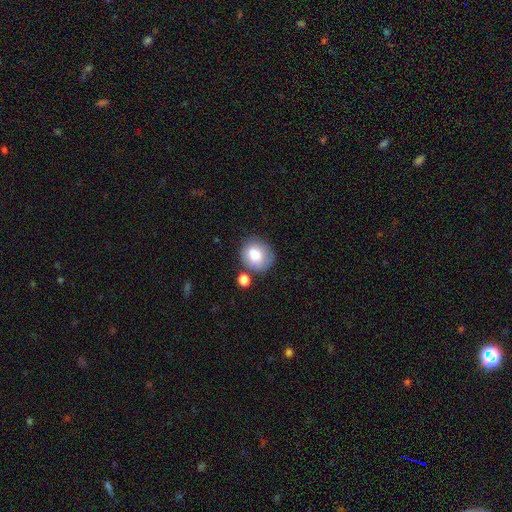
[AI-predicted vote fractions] Morphology: type=smooth (78%); roundness=round (75%); merging=none (64%).